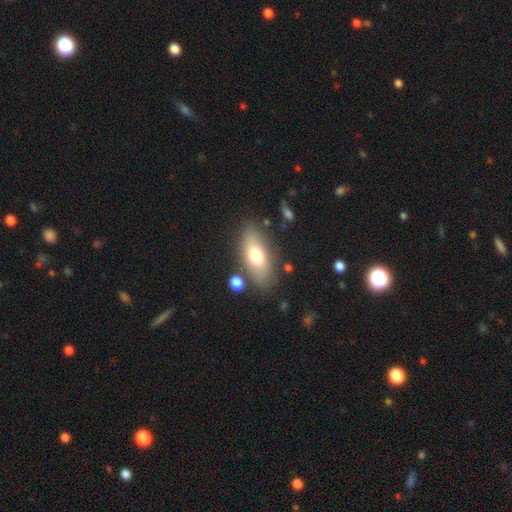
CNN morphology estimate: Q: Smooth or featured?
A: smooth (70%); runner-up: featured or disk (23%)
Q: How rounded?
A: in between (81%); runner-up: cigar-shaped (14%)
Q: Merging?
A: none (79%); runner-up: minor disturbance (12%)